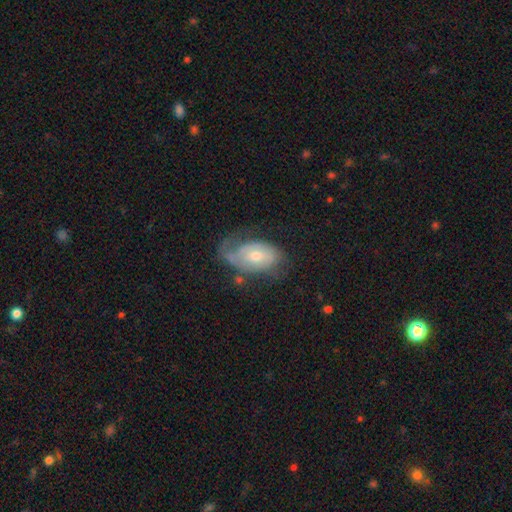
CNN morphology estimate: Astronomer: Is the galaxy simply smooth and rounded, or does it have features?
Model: featured or disk — 64%.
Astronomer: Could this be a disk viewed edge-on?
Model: no — 94%.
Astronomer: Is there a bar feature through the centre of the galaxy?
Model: no — 70%.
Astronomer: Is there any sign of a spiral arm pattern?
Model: yes — 78%.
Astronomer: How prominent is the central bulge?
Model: moderate — 56% (runner-up: small, 38%).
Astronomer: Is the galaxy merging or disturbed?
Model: none — 46% (runner-up: minor disturbance, 29%).